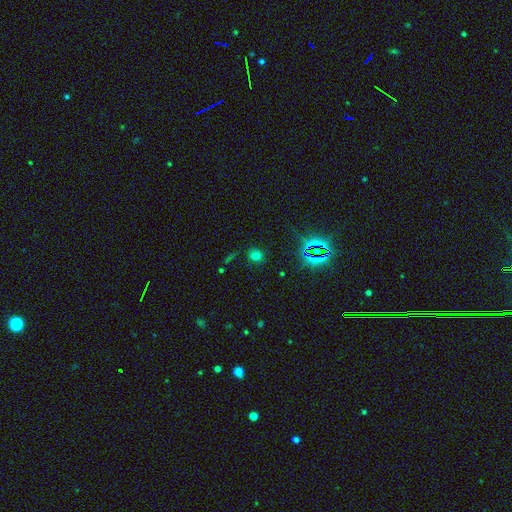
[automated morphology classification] smooth-or-featured: smooth: 63% | star or artifact: 31% | featured or disk: 7%
  how-rounded: round: 75% | in between: 24% | cigar-shaped: 2%
  merging: none: 82% | minor disturbance: 11% | major disturbance: 4% | merger: 3%